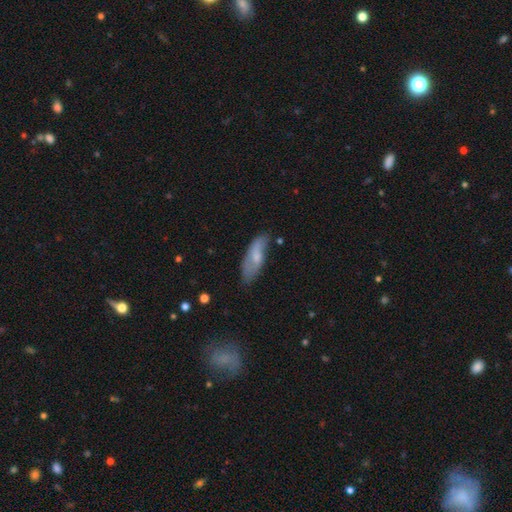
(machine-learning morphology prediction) smooth 58%, featured or disk 35%, star or artifact 7%. Down the decision tree: how rounded — in between (62%); merging — none (62%).